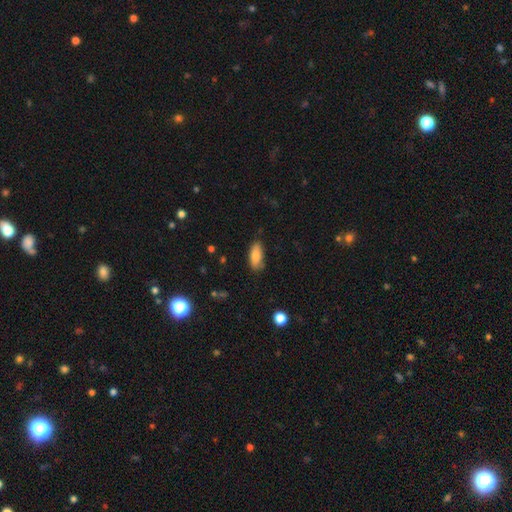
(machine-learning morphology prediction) Overall: smooth (83%). How rounded: in between (84%). Merging: none (78%).